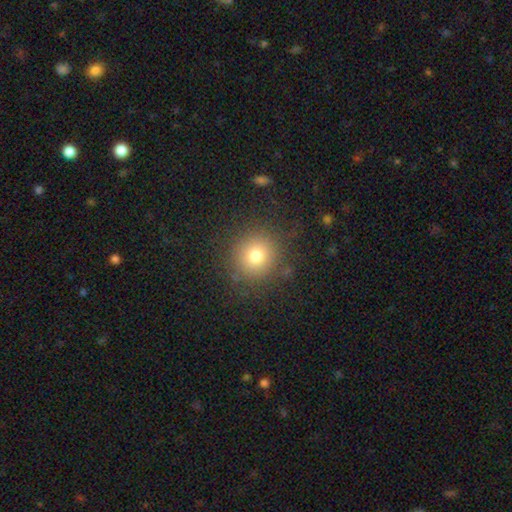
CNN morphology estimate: smooth 78%, star or artifact 13%, featured or disk 9%. Down the decision tree: how rounded — round (90%); merging — none (86%).